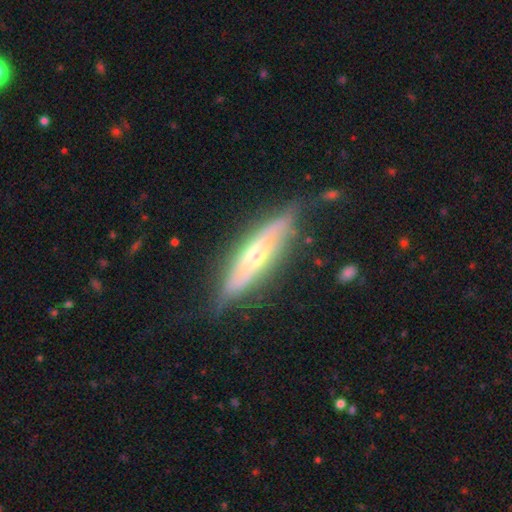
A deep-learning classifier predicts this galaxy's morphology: featured or disk 64%, smooth 30%, star or artifact 6%. Down the decision tree: edge-on disk — yes (75%); merging — none (74%).